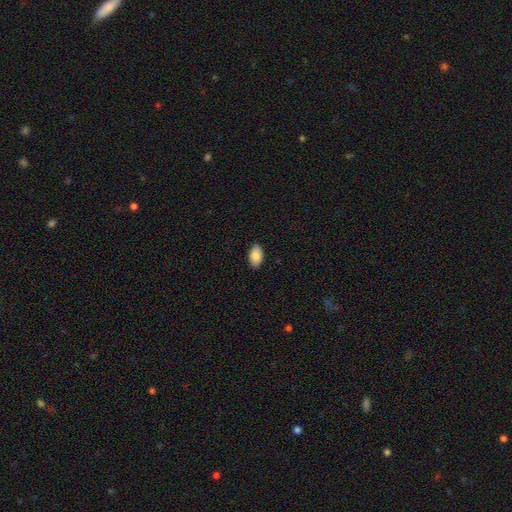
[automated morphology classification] A smooth galaxy with no disk features (87%) that is in between round and cigar-shaped (94%).

Vote fractions:
- Smooth or featured? smooth: 87% / star or artifact: 7% / featured or disk: 7%
- How rounded? in between: 94% / round: 4% / cigar-shaped: 2%
- Merging? none: 89% / minor disturbance: 8% / major disturbance: 2% / merger: 1%